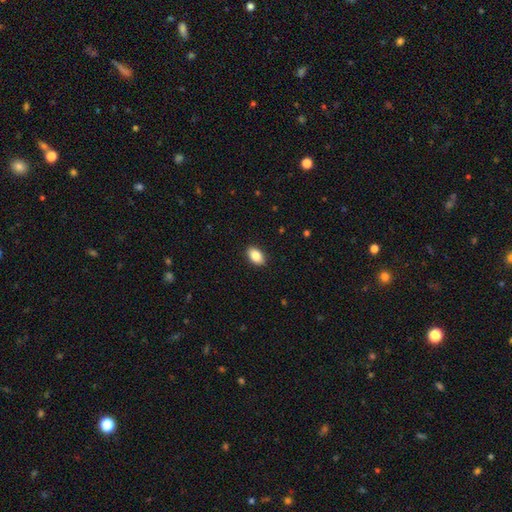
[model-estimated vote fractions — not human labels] Smooth or featured? smooth (86%)
How rounded? in between (92%)
Merging? none (90%)